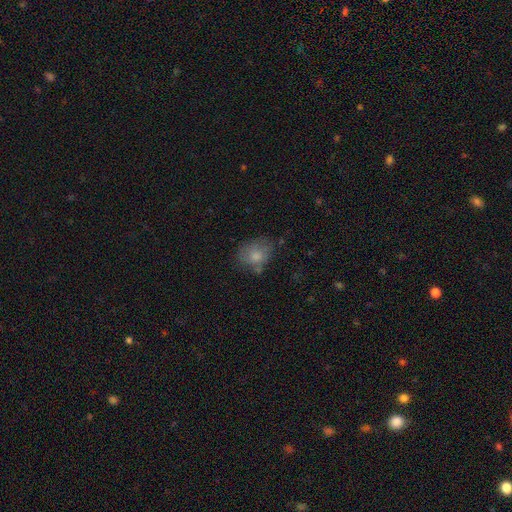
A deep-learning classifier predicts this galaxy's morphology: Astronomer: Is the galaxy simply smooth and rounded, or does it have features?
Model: smooth — 74%.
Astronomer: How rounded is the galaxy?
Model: in between — 56% (runner-up: round, 43%).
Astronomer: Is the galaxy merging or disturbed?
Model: none — 49% (runner-up: minor disturbance, 29%).